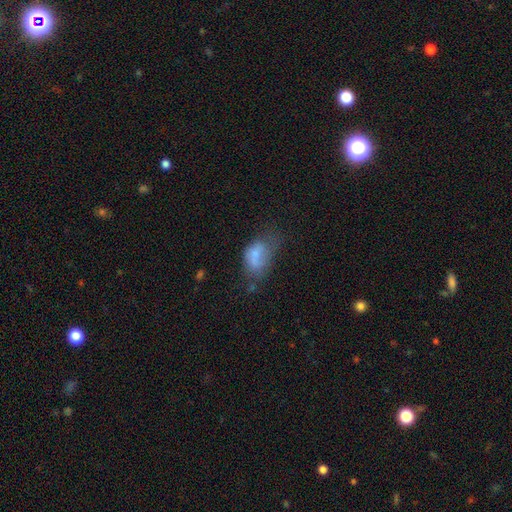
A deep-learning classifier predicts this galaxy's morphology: smooth-or-featured: smooth: 68% | featured or disk: 22% | star or artifact: 10%
  how-rounded: in between: 88% | round: 10% | cigar-shaped: 2%
  merging: major disturbance: 35% | minor disturbance: 31% | none: 26% | merger: 9%